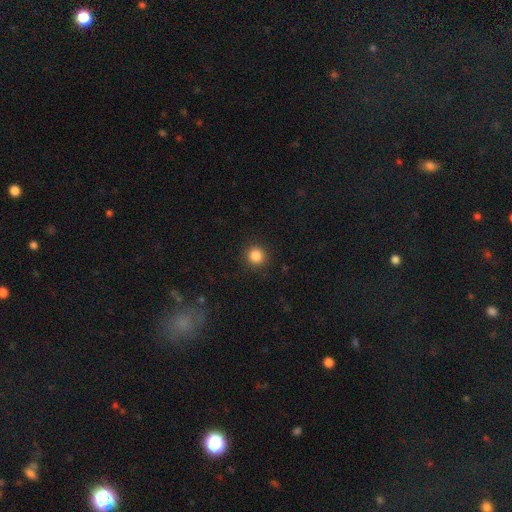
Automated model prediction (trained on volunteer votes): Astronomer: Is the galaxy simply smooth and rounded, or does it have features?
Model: smooth — 86%.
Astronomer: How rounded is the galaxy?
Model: round — 94%.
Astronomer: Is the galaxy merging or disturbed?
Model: none — 91%.